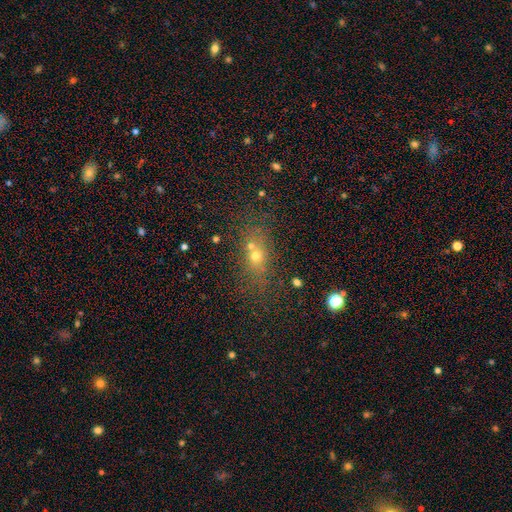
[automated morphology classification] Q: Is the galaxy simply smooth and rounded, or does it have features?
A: smooth — 54%.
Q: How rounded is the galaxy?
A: in between — 46%.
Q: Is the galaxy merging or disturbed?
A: none — 54%.